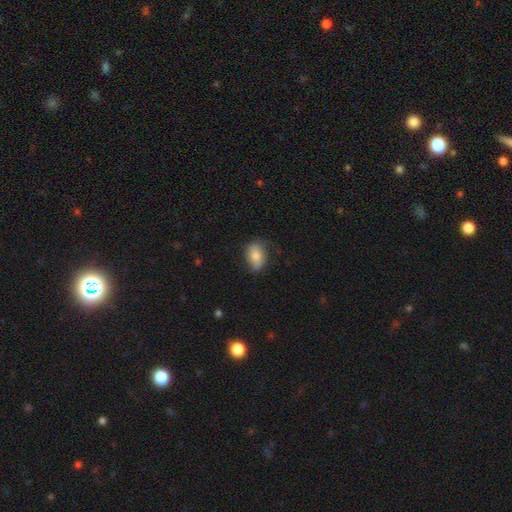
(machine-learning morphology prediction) Smooth or featured? Predicted: smooth (p=0.67). How rounded? Predicted: in between (p=0.80). Merging? Predicted: none (p=0.64).